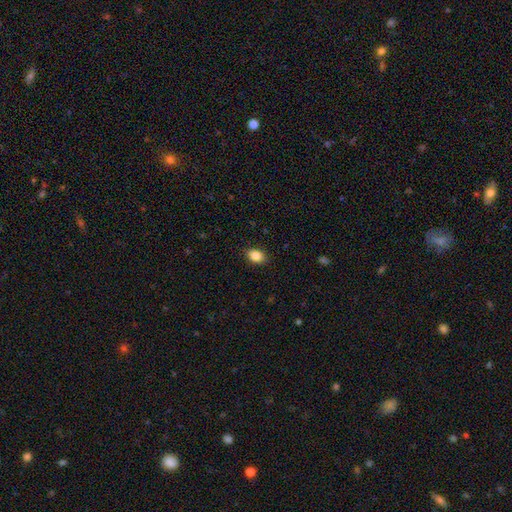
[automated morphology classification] Smooth or featured? Predicted: smooth (p=0.87). How rounded? Predicted: in between (p=0.77). Merging? Predicted: none (p=0.88).